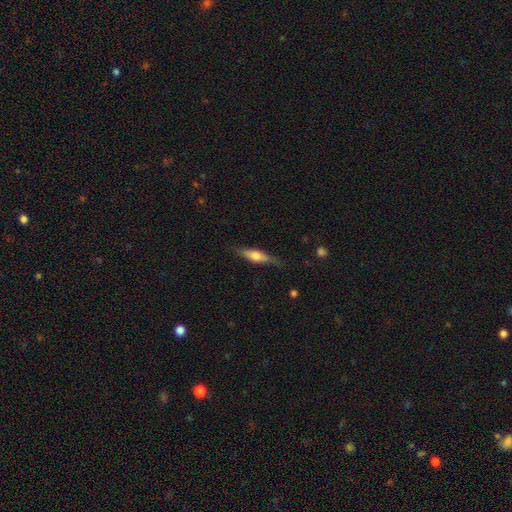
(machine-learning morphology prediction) This appears to be a featured or disk galaxy (52%) viewed edge-on (92%). Merging: none (77%).